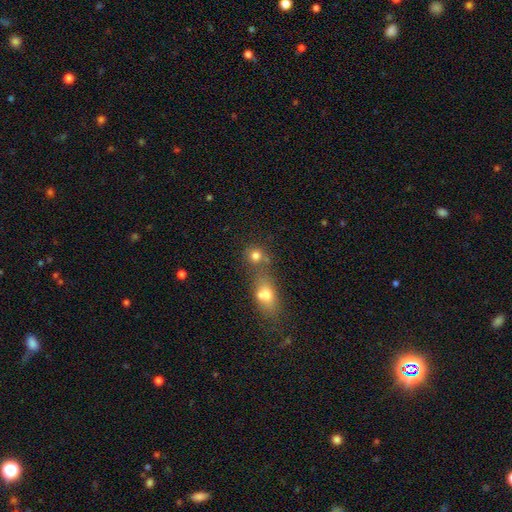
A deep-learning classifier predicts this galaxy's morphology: This is likely a smooth galaxy (77%). How rounded: clearly round (83%). Merging: possibly none (51%).